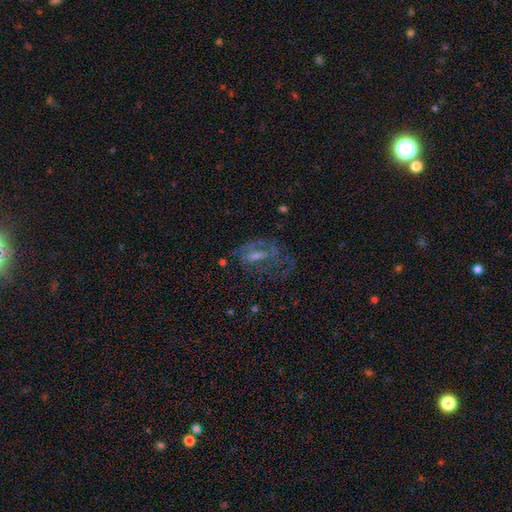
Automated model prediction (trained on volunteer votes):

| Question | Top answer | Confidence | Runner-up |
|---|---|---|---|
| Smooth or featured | featured or disk | 57% | smooth (22%) |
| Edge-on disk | no | 91% | yes (9%) |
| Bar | no | 44% | weak (38%) |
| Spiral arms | no | 52% | yes (48%) |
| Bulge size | moderate | 37% | tied: small (37%) |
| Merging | none | 45% | major disturbance (33%) |